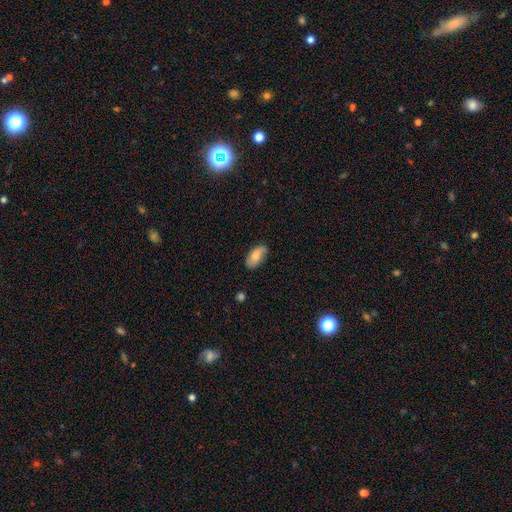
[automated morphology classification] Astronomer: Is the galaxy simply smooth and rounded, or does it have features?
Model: smooth — 73%.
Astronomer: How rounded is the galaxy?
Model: in between — 93%.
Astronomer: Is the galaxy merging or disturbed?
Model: none — 81%.